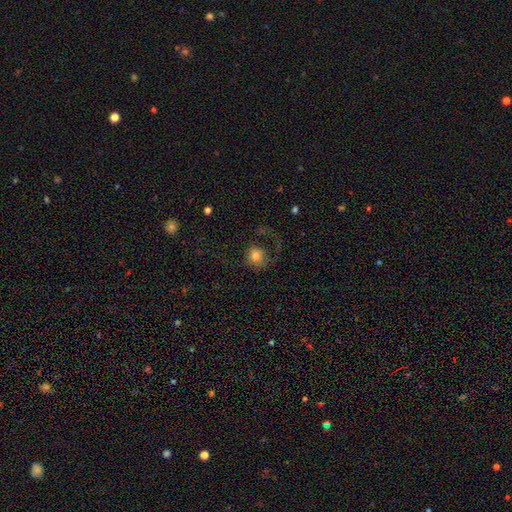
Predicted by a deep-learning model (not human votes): smooth 68%, featured or disk 21%, star or artifact 11%. Down the decision tree: how rounded — round (83%); merging — major disturbance (44%).